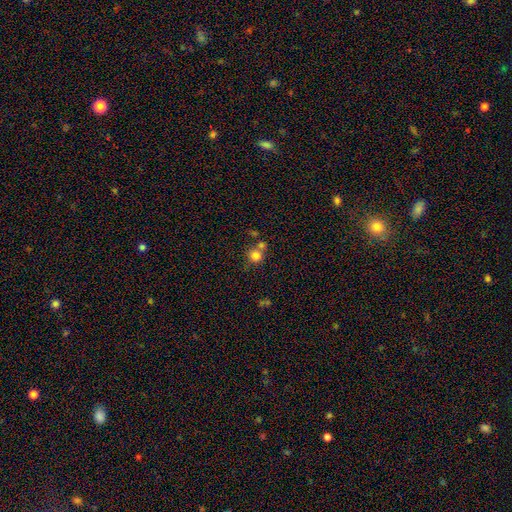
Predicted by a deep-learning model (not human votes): Smooth or featured: smooth — 79% (star or artifact — 12%)
How rounded: round — 89% (in between — 10%)
Merging: none — 53% (merger — 33%)